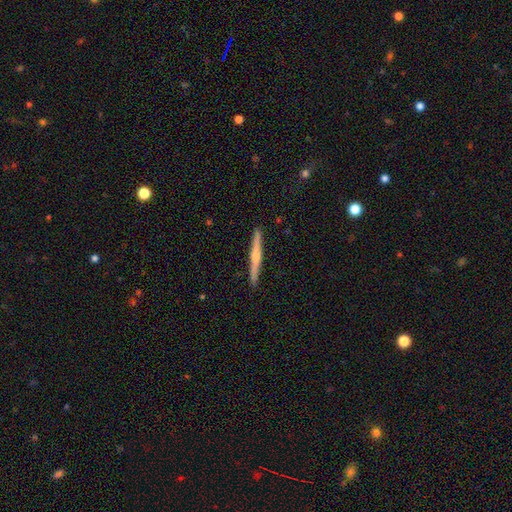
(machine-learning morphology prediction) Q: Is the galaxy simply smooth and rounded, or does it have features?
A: featured or disk — 62%.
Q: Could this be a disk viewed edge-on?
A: yes — 98%.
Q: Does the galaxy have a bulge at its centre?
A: rounded — 68%.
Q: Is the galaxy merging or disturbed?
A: none — 91%.